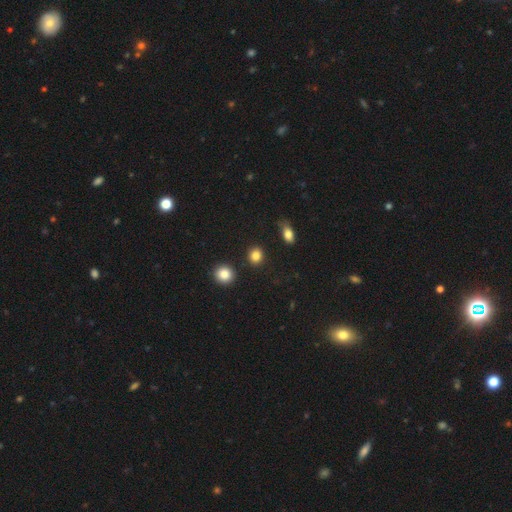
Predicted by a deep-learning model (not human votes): Smooth or featured?
  - smooth: 85% *
  - star or artifact: 10%
  - featured or disk: 4%
How rounded?
  - round: 79% *
  - in between: 20%
  - cigar-shaped: 1%
Merging?
  - none: 87% *
  - minor disturbance: 7%
  - merger: 3%
  - major disturbance: 3%